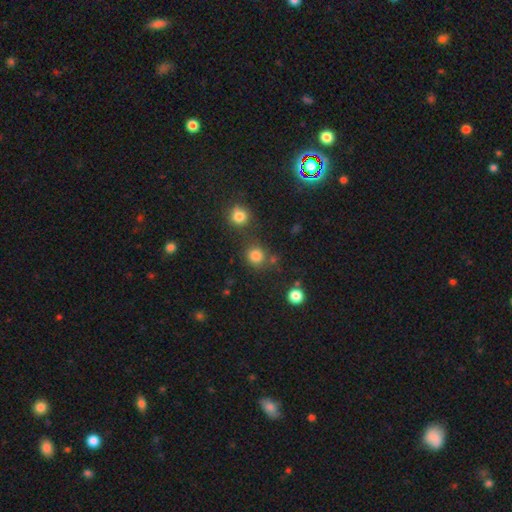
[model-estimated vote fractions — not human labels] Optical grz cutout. It shows a smooth galaxy with no disk features (82%) that is round (89%). Merging: none (73%).